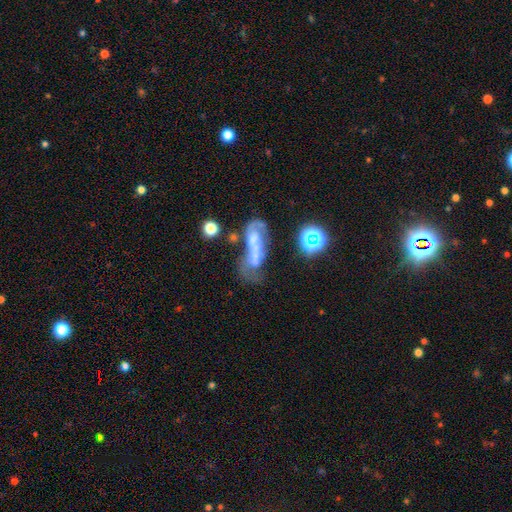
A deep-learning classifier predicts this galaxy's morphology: Smooth or featured: featured or disk — 52% (smooth — 32%)
Edge-on disk: no — 89% (yes — 11%)
Merging: merger — 40% (major disturbance — 32%)